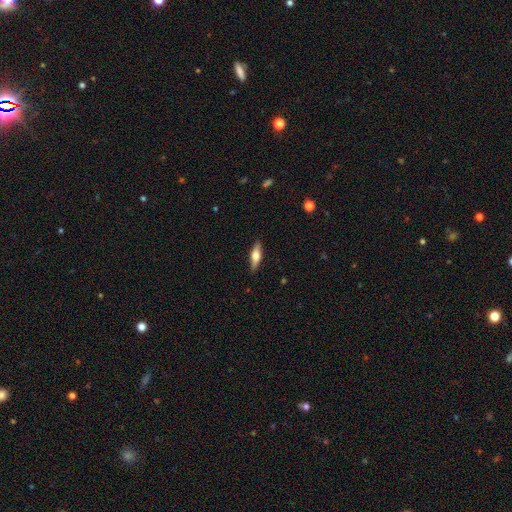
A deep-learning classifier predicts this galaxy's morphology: A smooth galaxy with no disk features (47%, tied with featured or disk). Merging: none (88%).